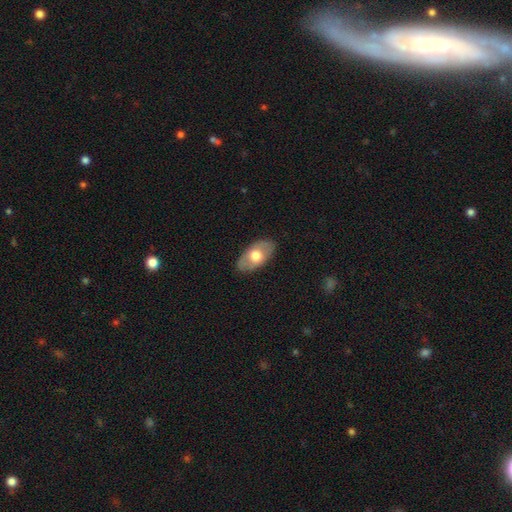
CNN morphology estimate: Overall: smooth (58%; featured or disk 36%). How rounded: in between (92%). Merging: none (85%).